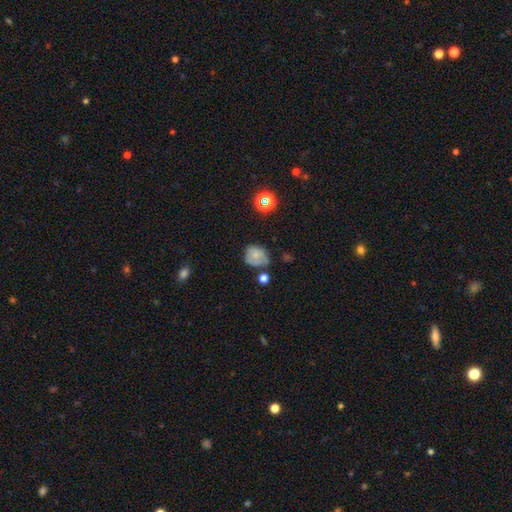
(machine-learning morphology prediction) Smooth or featured? smooth (59%)
How rounded? round (60%)
Merging? none (48%)